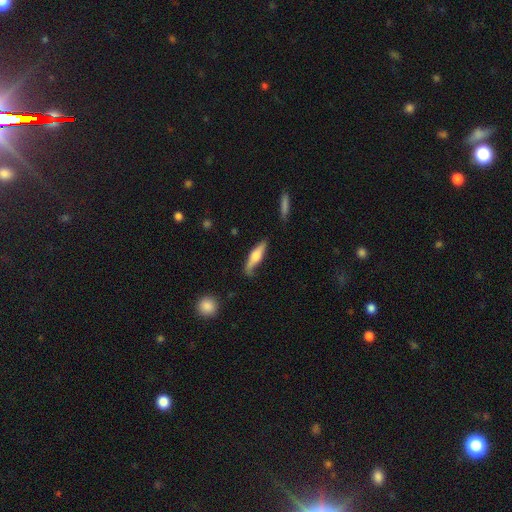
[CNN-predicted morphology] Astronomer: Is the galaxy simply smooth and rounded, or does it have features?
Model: smooth — 51% (runner-up: featured or disk, 43%).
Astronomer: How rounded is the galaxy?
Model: cigar-shaped — 71%.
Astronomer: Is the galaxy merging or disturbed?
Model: none — 67%.